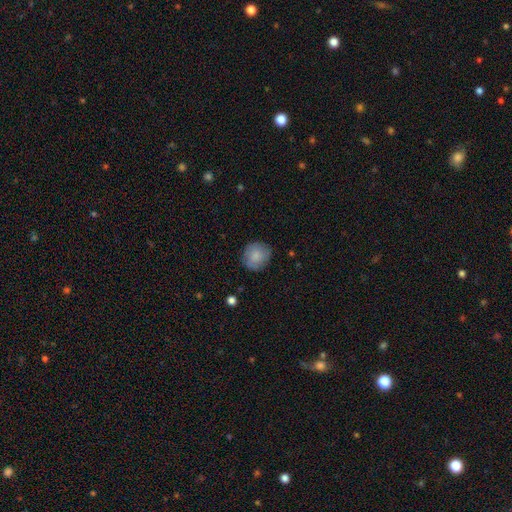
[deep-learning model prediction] Q: Smooth or featured?
A: smooth (82%); runner-up: featured or disk (11%)
Q: How rounded?
A: round (85%); runner-up: in between (14%)
Q: Merging?
A: none (80%); runner-up: minor disturbance (15%)